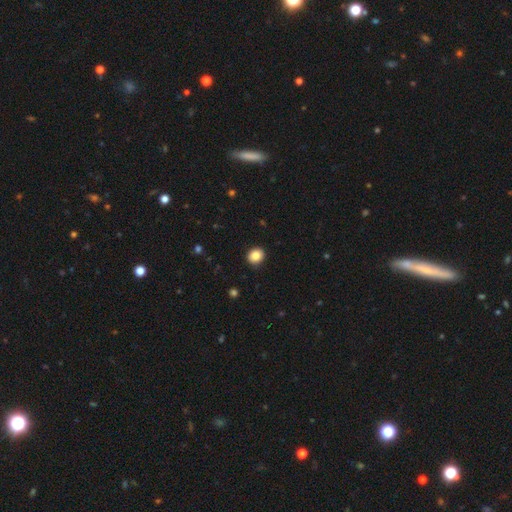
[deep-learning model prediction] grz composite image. It shows a smooth galaxy with no disk features (85%) that is round (77%). Merging: none (92%).